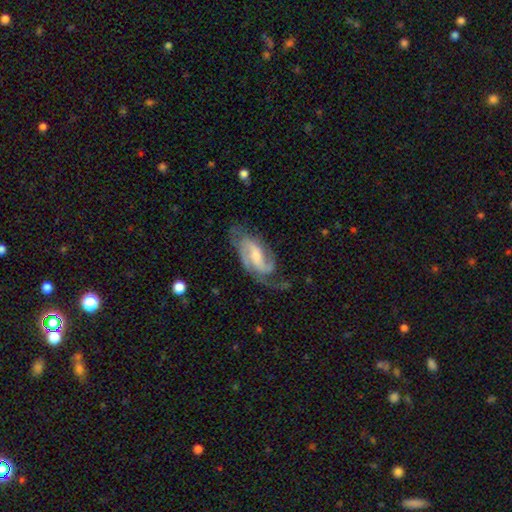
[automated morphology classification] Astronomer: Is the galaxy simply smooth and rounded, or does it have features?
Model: featured or disk — 87%.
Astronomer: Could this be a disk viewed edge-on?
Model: no — 96%.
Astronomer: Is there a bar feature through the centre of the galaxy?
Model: weak — 47% (runner-up: no, 30%).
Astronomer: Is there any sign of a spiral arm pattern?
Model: yes — 97%.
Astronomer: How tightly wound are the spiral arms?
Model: medium — 51% (runner-up: tight, 29%).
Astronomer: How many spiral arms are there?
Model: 2 — 76%.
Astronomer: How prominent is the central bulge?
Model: moderate — 43% (runner-up: small, 41%).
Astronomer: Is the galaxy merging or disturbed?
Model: none — 62%.